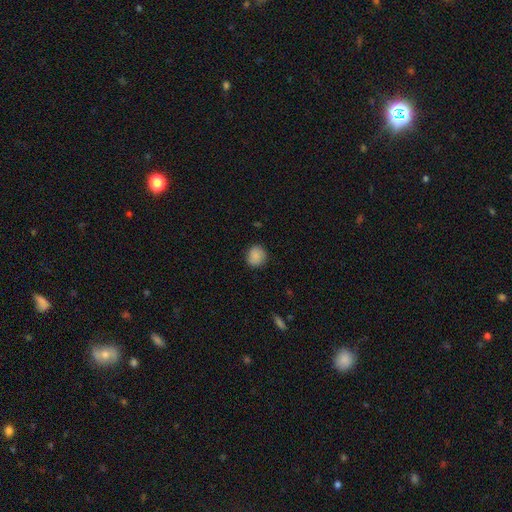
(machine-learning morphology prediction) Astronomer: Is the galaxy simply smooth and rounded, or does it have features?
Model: smooth — 86%.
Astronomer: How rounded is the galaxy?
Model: round — 82%.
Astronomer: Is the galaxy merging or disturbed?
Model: none — 85%.